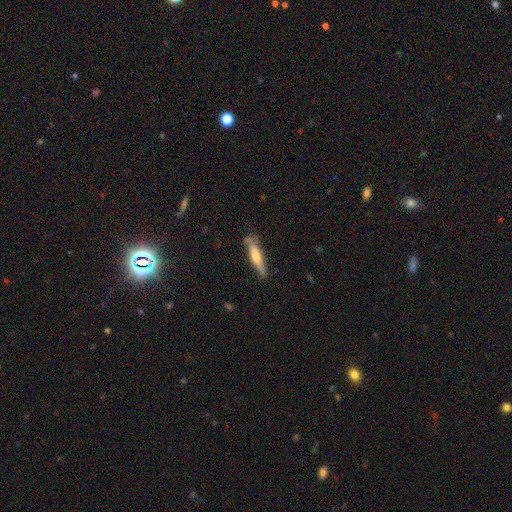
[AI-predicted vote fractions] Smooth or featured?
  - smooth: 53% *
  - featured or disk: 42%
  - star or artifact: 6%
How rounded?
  - cigar-shaped: 86% *
  - in between: 12%
  - round: 1%
Merging?
  - none: 76% *
  - minor disturbance: 18%
  - major disturbance: 3%
  - merger: 2%